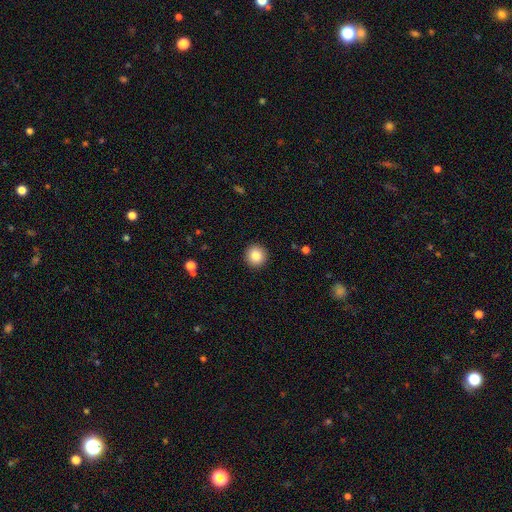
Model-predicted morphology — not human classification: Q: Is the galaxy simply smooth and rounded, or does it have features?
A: smooth — 84%.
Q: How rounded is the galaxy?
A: round — 95%.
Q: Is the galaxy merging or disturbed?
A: none — 93%.